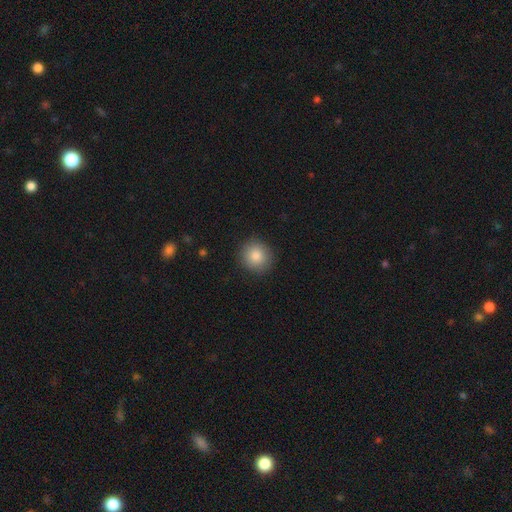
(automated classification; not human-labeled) smooth 85%, star or artifact 9%, featured or disk 6%. Down the decision tree: how rounded — round (92%); merging — none (89%).